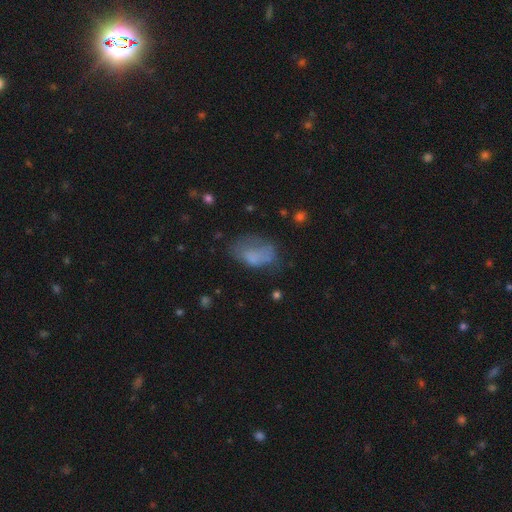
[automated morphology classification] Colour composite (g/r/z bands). It shows a smooth galaxy with no disk features (63%) that is in between round and cigar-shaped (88%). Merging: major disturbance (33%).